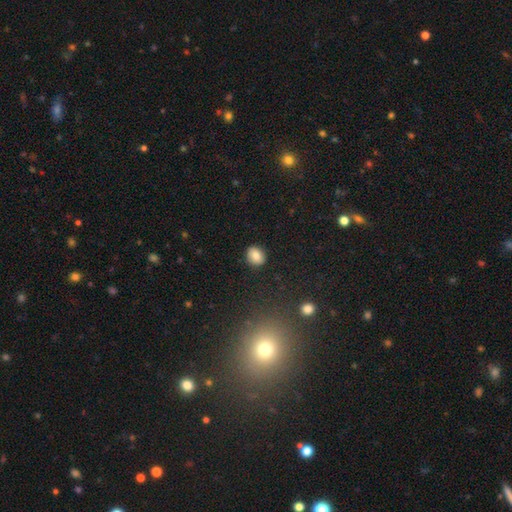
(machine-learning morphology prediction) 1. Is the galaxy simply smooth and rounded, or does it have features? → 83% smooth, 9% star or artifact, 8% featured or disk.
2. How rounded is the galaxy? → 63% round, 36% in between, 1% cigar-shaped.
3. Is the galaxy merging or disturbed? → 89% none, 7% minor disturbance, 2% major disturbance, 1% merger.